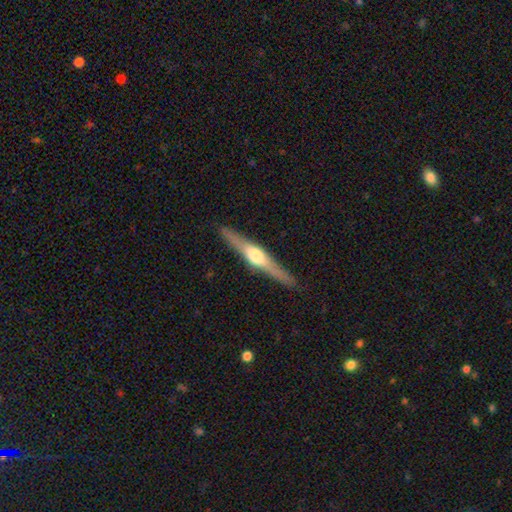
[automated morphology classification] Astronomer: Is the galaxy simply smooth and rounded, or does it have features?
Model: featured or disk — 75%.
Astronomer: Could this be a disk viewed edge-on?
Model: yes — 97%.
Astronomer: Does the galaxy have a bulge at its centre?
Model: rounded — 90%.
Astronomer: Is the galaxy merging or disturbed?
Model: none — 89%.